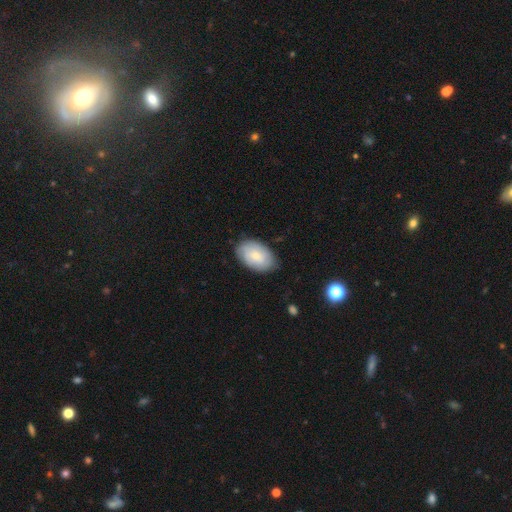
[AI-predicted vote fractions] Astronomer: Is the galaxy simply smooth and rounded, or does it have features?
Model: smooth — 71%.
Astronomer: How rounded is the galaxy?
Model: in between — 91%.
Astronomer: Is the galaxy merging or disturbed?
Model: none — 80%.